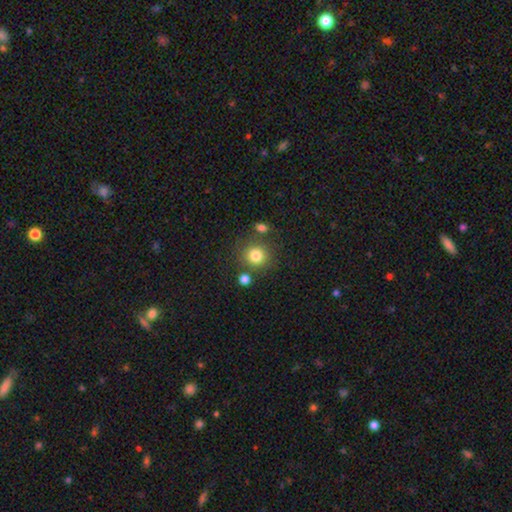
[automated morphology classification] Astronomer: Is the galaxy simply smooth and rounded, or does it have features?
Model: smooth — 81%.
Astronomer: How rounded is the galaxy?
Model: round — 90%.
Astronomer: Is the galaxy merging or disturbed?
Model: none — 76%.